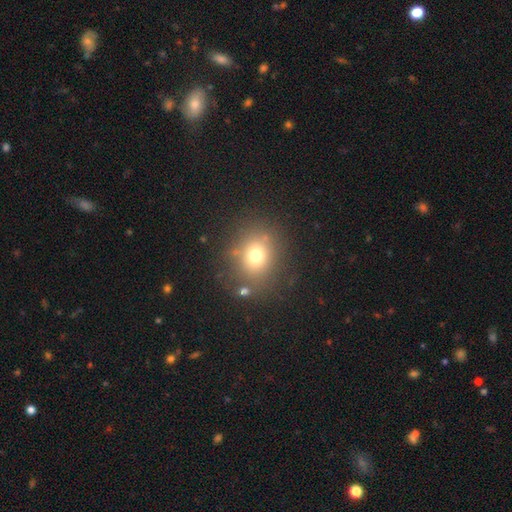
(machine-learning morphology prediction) This appears to be a smooth galaxy with no disk features (72%) that is round (70%). Merging: none (77%).